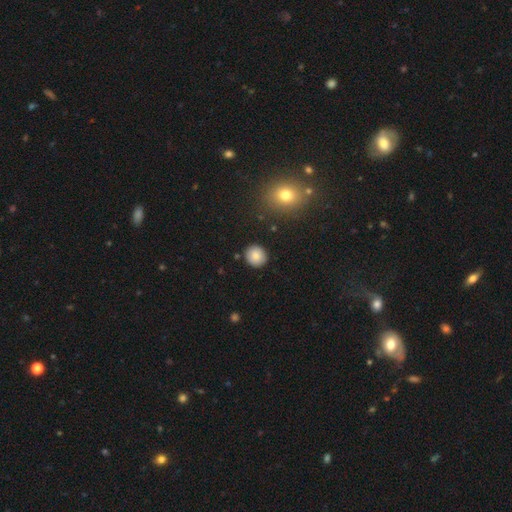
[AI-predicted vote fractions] This appears to be a smooth galaxy with no disk features (82%) that is round (88%). Merging: none (89%).